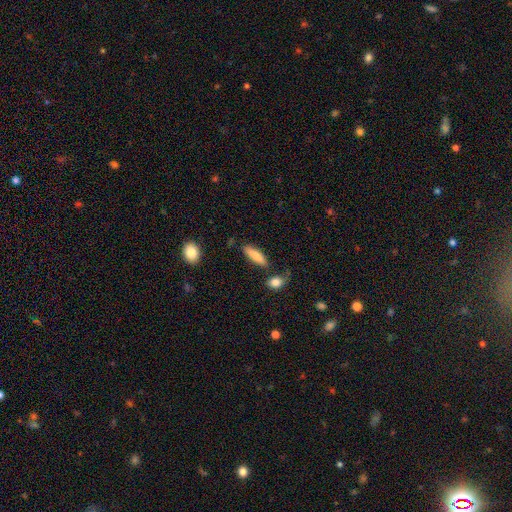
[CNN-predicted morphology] Q: Smooth or featured?
A: smooth (81%); runner-up: featured or disk (12%)
Q: How rounded?
A: cigar-shaped (62%); runner-up: in between (36%)
Q: Merging?
A: none (77%); runner-up: minor disturbance (14%)